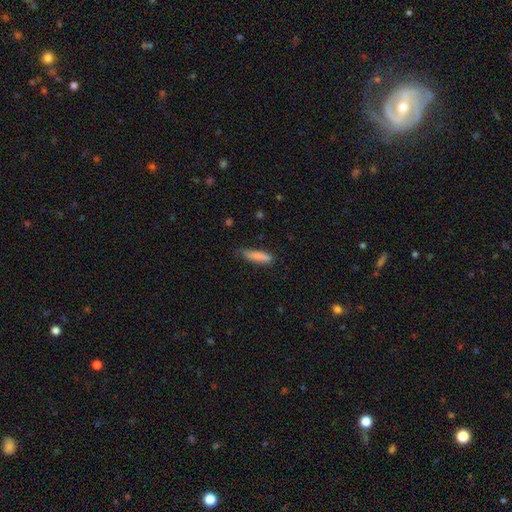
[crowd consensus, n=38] Morphology: type=smooth (74%); roundness=cigar-shaped (71%); merging=none (82%).